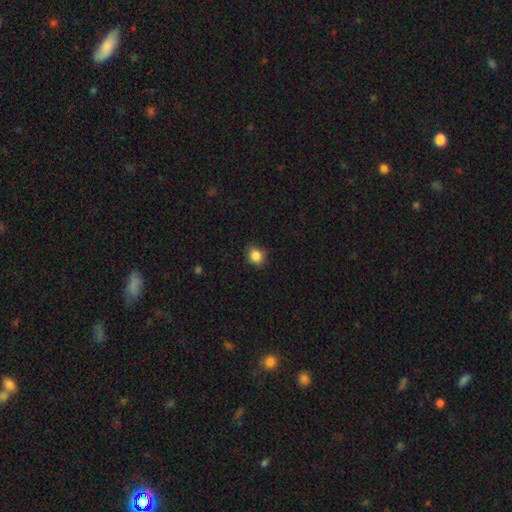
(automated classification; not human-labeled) Morphology: type=smooth (86%); roundness=round (71%); merging=none (87%).